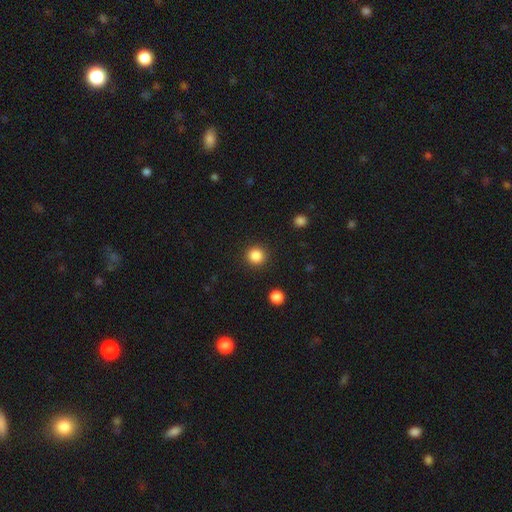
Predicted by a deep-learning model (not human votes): This appears to be a smooth galaxy with no disk features (85%) that is round (94%). Merging: none (91%).